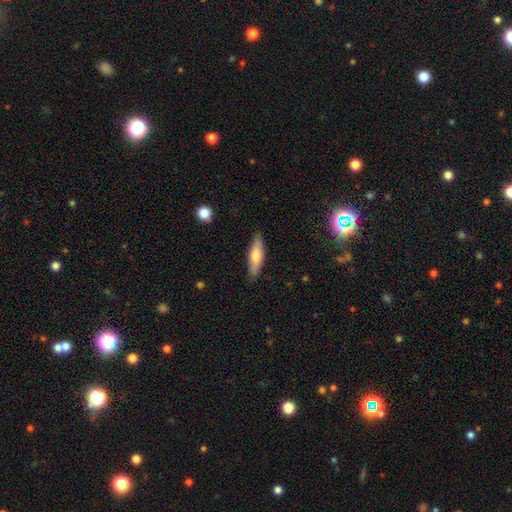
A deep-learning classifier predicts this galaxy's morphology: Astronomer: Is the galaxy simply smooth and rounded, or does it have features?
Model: smooth — 66%.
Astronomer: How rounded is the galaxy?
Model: cigar-shaped — 56% (runner-up: in between, 42%).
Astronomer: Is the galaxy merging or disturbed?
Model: none — 86%.